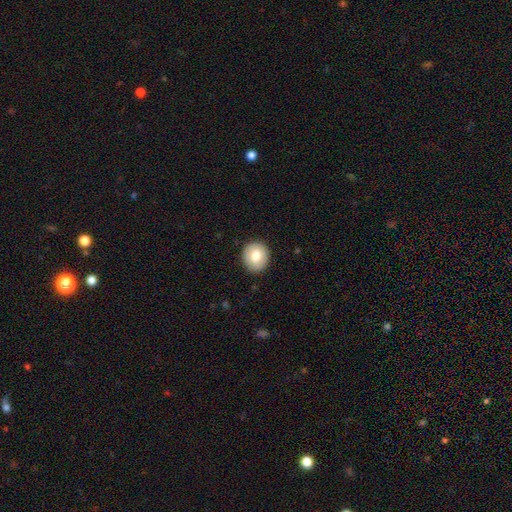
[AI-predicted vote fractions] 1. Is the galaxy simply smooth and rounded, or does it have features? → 78% smooth, 14% featured or disk, 8% star or artifact.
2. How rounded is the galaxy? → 77% round, 22% in between, 1% cigar-shaped.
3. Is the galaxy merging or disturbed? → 89% none, 8% minor disturbance, 2% major disturbance, 1% merger.